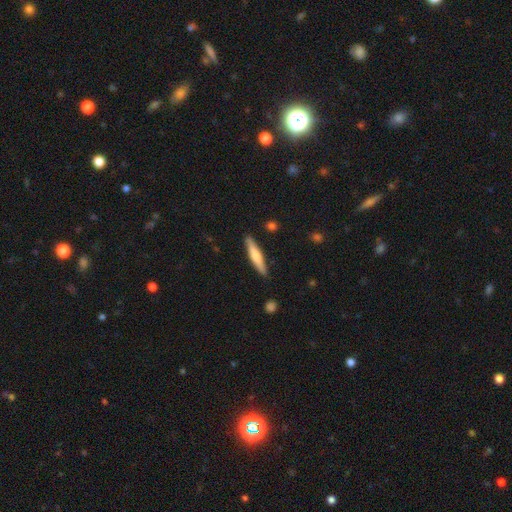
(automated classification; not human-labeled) A smooth galaxy with no disk features (59%) that is cigar-shaped (88%). Merging: none (88%).